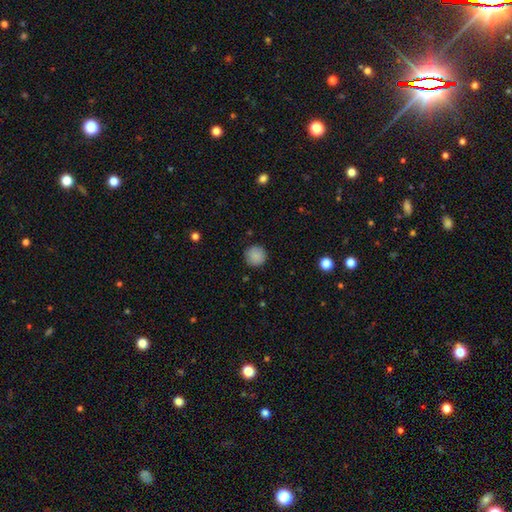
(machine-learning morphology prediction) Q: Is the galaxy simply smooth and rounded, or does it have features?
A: smooth — 88%.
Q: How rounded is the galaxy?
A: round — 95%.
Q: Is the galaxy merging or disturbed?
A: none — 90%.